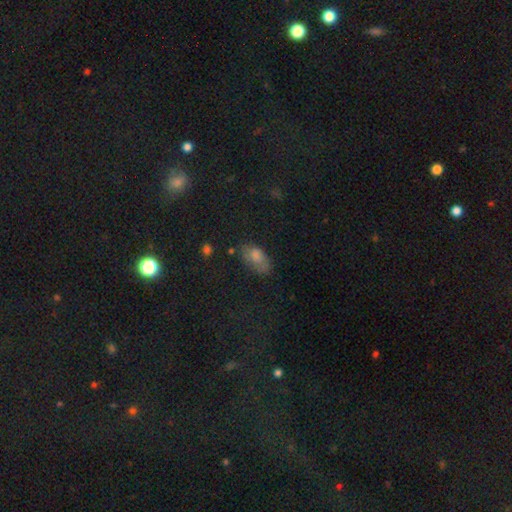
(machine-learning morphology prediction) Smooth or featured? smooth (63%)
How rounded? in between (89%)
Merging? none (61%)